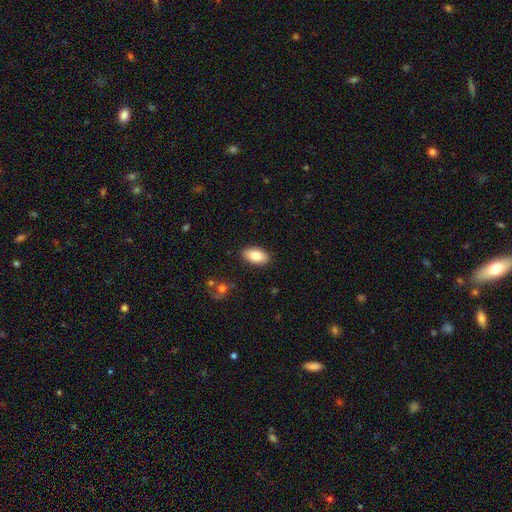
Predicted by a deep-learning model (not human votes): This is clearly a smooth galaxy (84%). How rounded: clearly in between (94%). Merging: clearly none (88%).